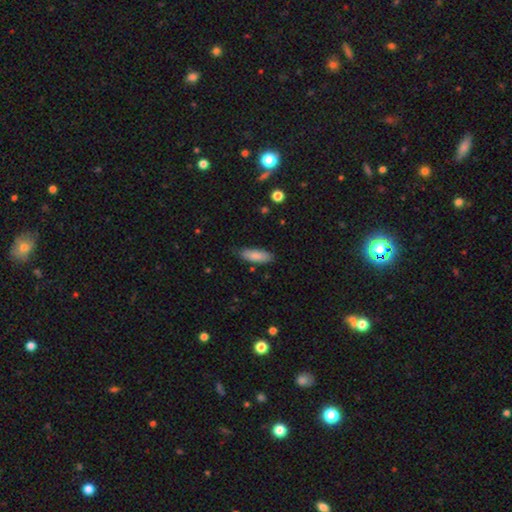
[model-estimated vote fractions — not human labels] The model was most divided on "how rounded": in between: 65%, cigar-shaped: 34%, round: 2%. More confident: smooth or featured — smooth (85%); merging — none (79%).